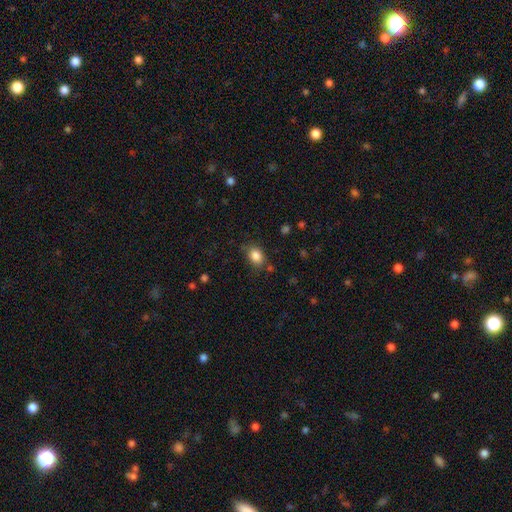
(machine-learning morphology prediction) type=smooth (85%); roundness=in between (63%); merging=none (77%).